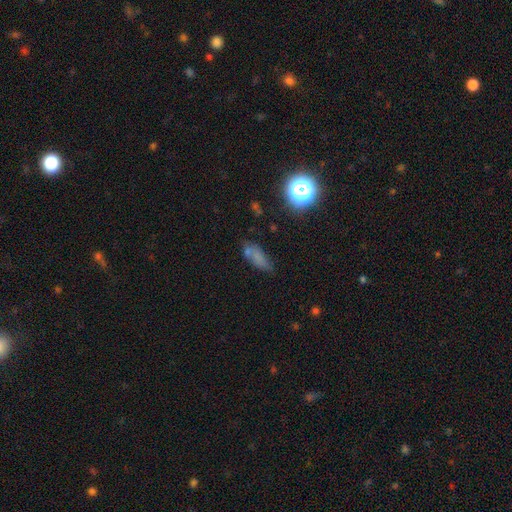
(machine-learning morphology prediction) A smooth galaxy with no disk features (62%) that is in between round and cigar-shaped (65%). Merging: none (57%).